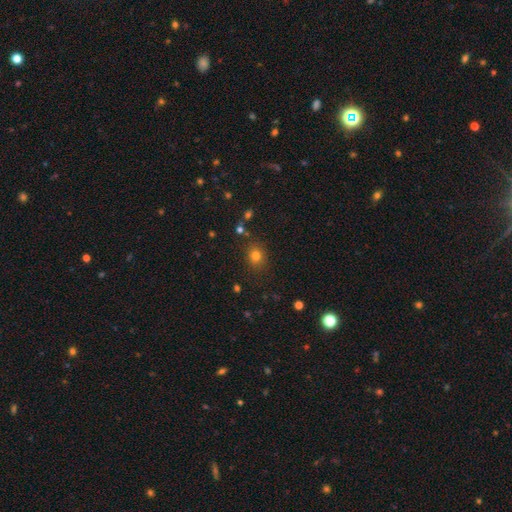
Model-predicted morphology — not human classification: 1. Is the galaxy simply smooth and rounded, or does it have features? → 78% smooth, 15% star or artifact, 7% featured or disk.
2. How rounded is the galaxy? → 67% round, 32% in between, 1% cigar-shaped.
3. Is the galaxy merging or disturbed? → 82% none, 11% minor disturbance, 4% major disturbance, 3% merger.